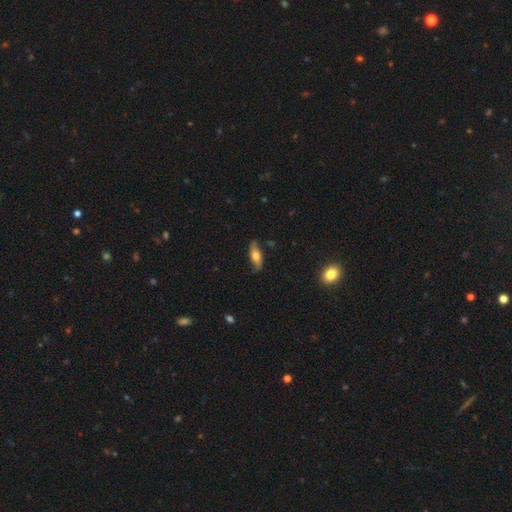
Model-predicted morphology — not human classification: This is possibly a smooth galaxy (53%). How rounded: likely in between (64%). Merging: likely none (77%).